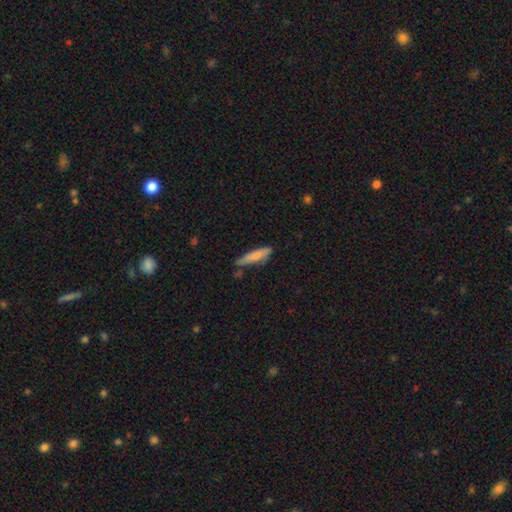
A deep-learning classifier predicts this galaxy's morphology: Smooth or featured? smooth (70%)
How rounded? cigar-shaped (76%)
Merging? none (56%)